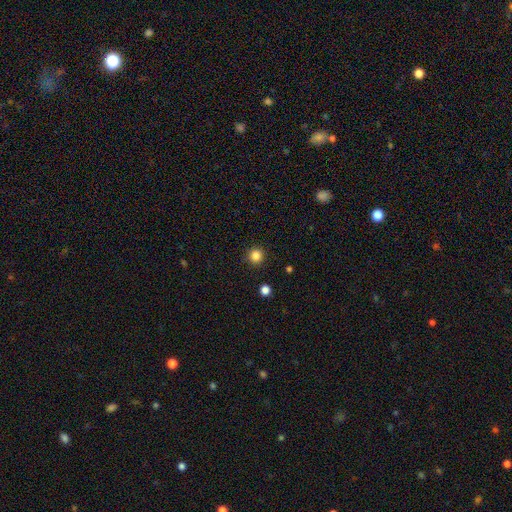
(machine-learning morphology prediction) This is clearly a smooth galaxy (85%). How rounded: clearly round (95%). Merging: clearly none (92%).